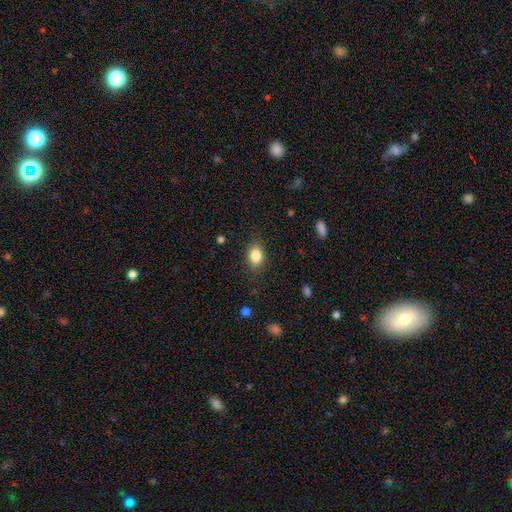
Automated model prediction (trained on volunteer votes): Smooth or featured: smooth — 85% (star or artifact — 9%)
How rounded: in between — 78% (round — 20%)
Merging: none — 85% (minor disturbance — 11%)